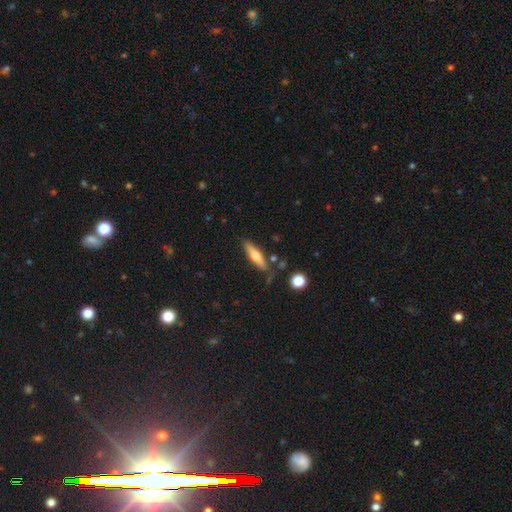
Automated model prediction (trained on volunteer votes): The model was most divided on "smooth or featured": smooth: 54%, featured or disk: 39%, star or artifact: 6%. More confident: merging — none (77%); how rounded — cigar-shaped (74%).